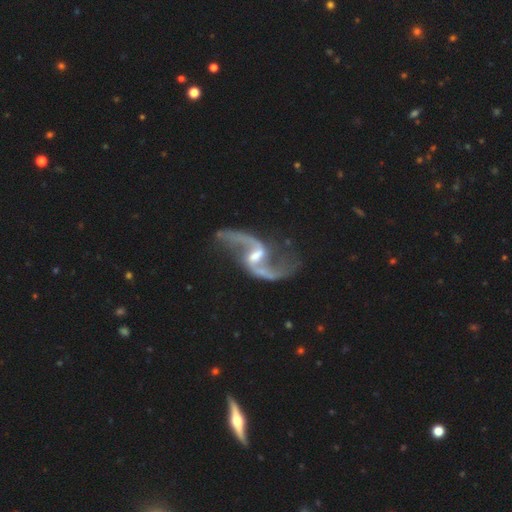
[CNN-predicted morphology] smooth_or_featured: featured or disk (p=0.93) [alt: star or artifact p=0.04]
disk_edge_on: no (p=0.97) [alt: yes p=0.03]
bar: weak (p=0.52) [alt: strong p=0.32]
has_spiral_arms: yes (p=0.97) [alt: no p=0.03]
spiral_winding: loose (p=0.86) [alt: medium p=0.11]
spiral_arm_count: 2 (p=0.94) [alt: 1 p=0.01]
bulge_size: small (p=0.42) [alt: moderate p=0.39]
merging: none (p=0.67) [alt: minor disturbance p=0.15]